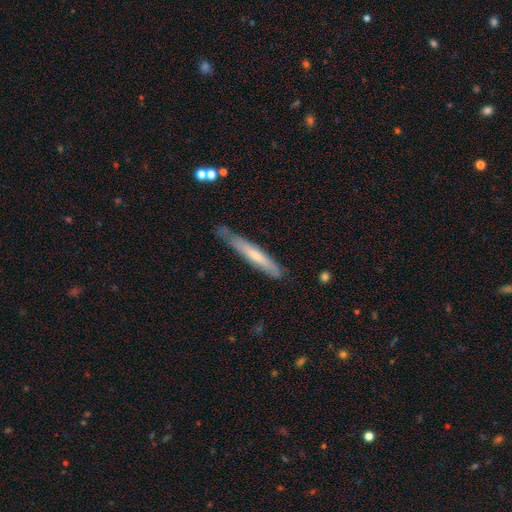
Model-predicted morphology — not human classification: Smooth or featured?
  - smooth: 53% *
  - featured or disk: 41%
  - star or artifact: 6%
How rounded?
  - cigar-shaped: 93% *
  - in between: 6%
  - round: 1%
Merging?
  - none: 67% *
  - minor disturbance: 26%
  - major disturbance: 5%
  - merger: 2%